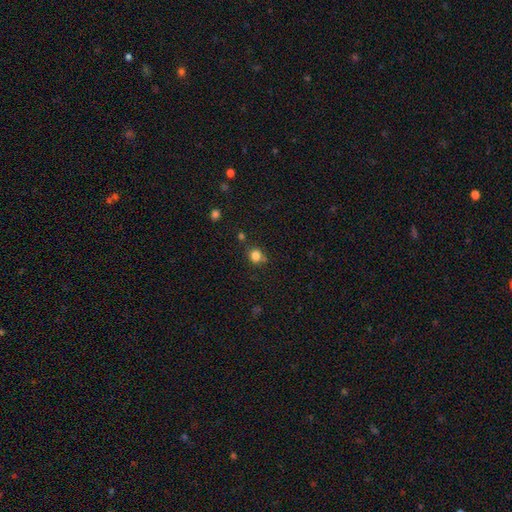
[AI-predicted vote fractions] Smooth or featured? smooth (82%)
How rounded? round (83%)
Merging? none (71%)